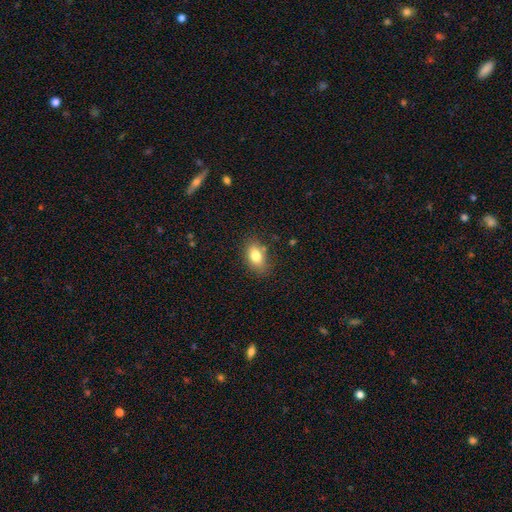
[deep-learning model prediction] smooth 80%, featured or disk 11%, star or artifact 9%. Down the decision tree: how rounded — in between (86%); merging — none (78%).